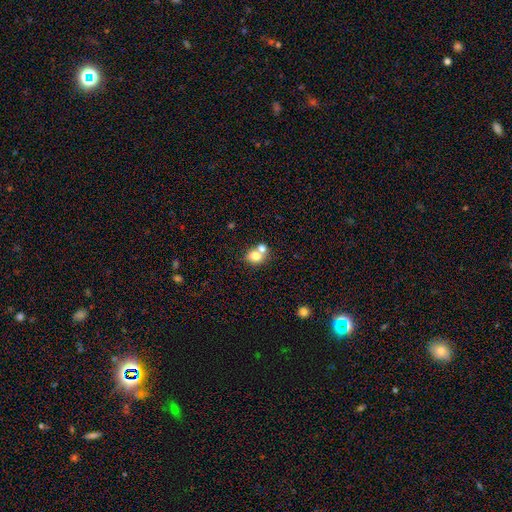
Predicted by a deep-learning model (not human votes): This is likely a smooth galaxy (77%). How rounded: possibly round (56%). Merging: possibly merger (49%).